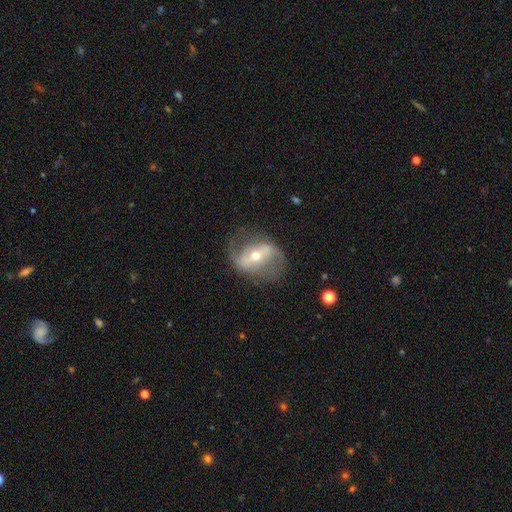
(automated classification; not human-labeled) A featured or disk galaxy (79%) with a strong bar (50%), 2 (85%) loose (47%) spiral arms (80%) and a moderate central bulge (57%).

Vote fractions:
- Smooth or featured? featured or disk: 79% / smooth: 14% / star or artifact: 7%
- Edge-on disk? no: 94% / yes: 6%
- Bar? strong: 50% / weak: 31% / no: 20%
- Spiral arms? yes: 80% / no: 20%
- Spiral winding? loose: 47% / medium: 39% / tight: 15%
- Spiral arm count? 2: 85% / can't tell: 8% / 1: 4% / 3: 1% / 4: 1% / more than 4: 1%
- Bulge size? moderate: 57% / small: 38% / large: 3% / dominant: 1% / none: 1%
- Merging? none: 65% / minor disturbance: 19% / major disturbance: 14% / merger: 2%